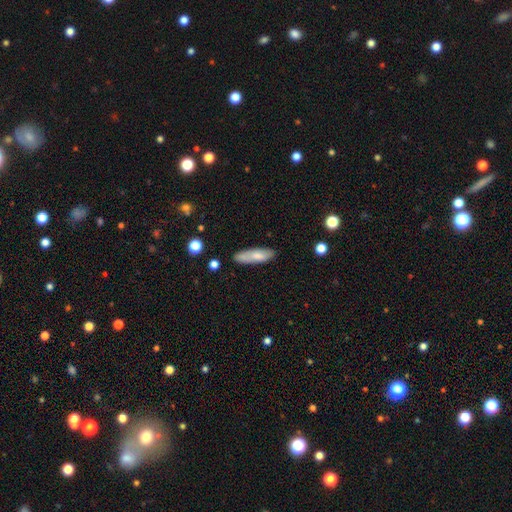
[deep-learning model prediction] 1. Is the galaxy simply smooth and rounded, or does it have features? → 75% smooth, 19% featured or disk, 6% star or artifact.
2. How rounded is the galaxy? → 57% cigar-shaped, 41% in between, 2% round.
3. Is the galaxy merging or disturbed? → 78% none, 15% minor disturbance, 3% merger, 3% major disturbance.